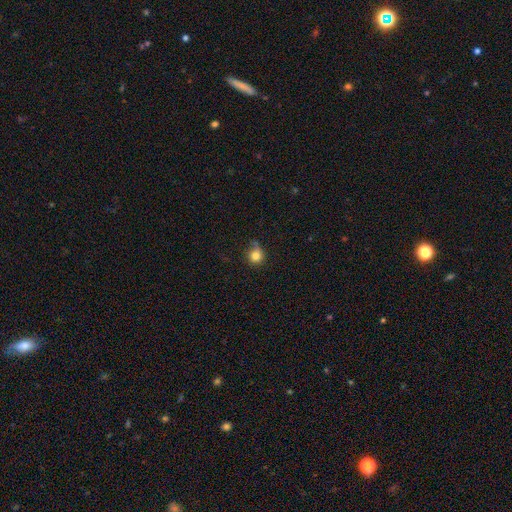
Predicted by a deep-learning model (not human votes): Smooth or featured? Predicted: smooth (p=0.79). How rounded? Predicted: round (p=0.87). Merging? Predicted: none (p=0.56).